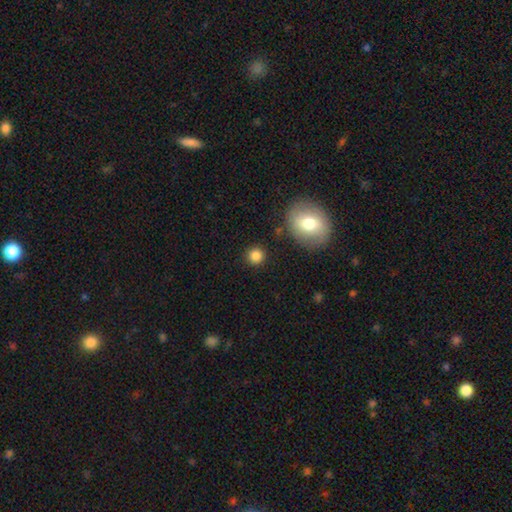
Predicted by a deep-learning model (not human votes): A smooth galaxy with no disk features (84%) that is round (92%).

Vote fractions:
- Smooth or featured? smooth: 84% / star or artifact: 11% / featured or disk: 5%
- How rounded? round: 92% / in between: 7% / cigar-shaped: 1%
- Merging? none: 88% / minor disturbance: 7% / merger: 3% / major disturbance: 2%